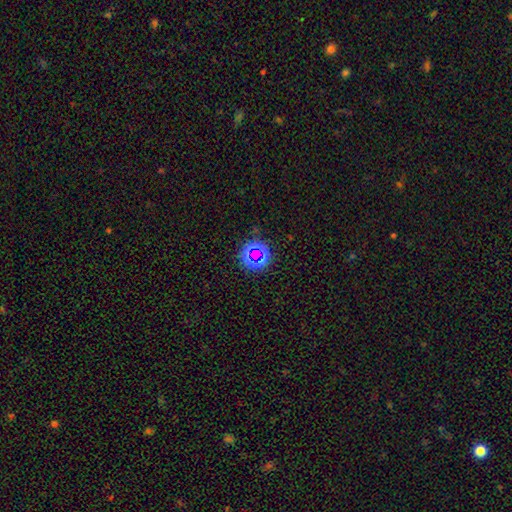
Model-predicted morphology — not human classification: A star or artifact, not a galaxy (68%).